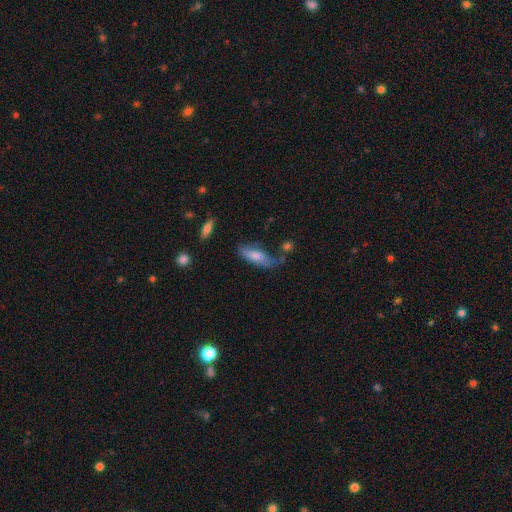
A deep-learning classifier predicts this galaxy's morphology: Smooth or featured: smooth — 74% (featured or disk — 20%)
How rounded: in between — 59% (cigar-shaped — 39%)
Merging: none — 51% (minor disturbance — 29%)